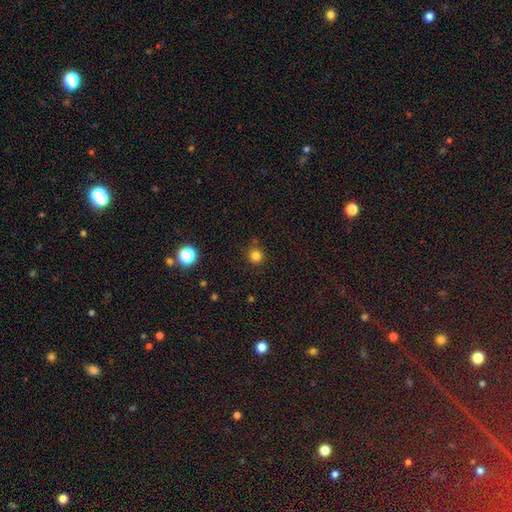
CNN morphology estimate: Overall: smooth (80%). How rounded: round (94%). Merging: none (86%).